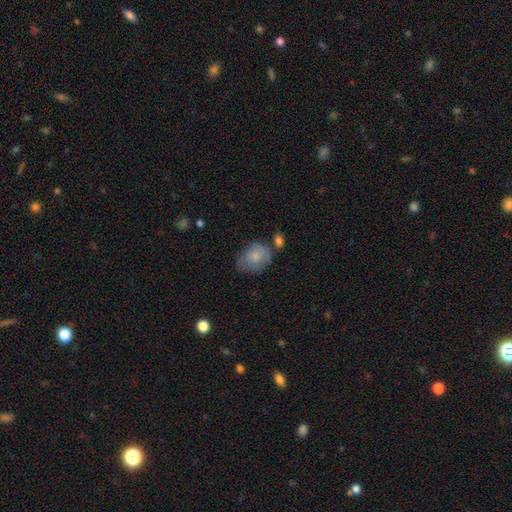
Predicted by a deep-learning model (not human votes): The model was most divided on "merging": none: 48%, minor disturbance: 33%, major disturbance: 12%, merger: 8%. More confident: smooth or featured — smooth (75%); how rounded — in between (61%).